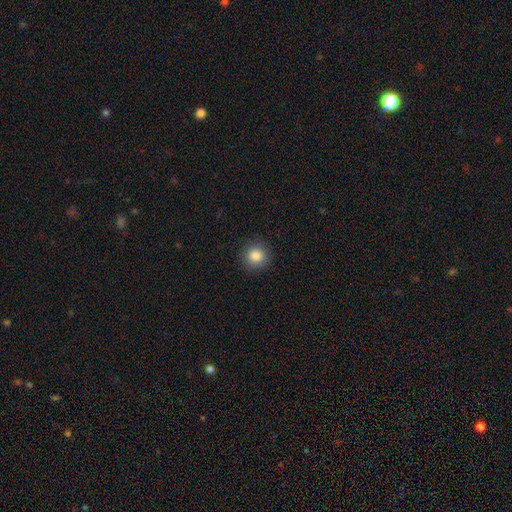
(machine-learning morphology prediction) This appears to be a smooth galaxy with no disk features (85%) that is round (93%). Merging: none (91%).